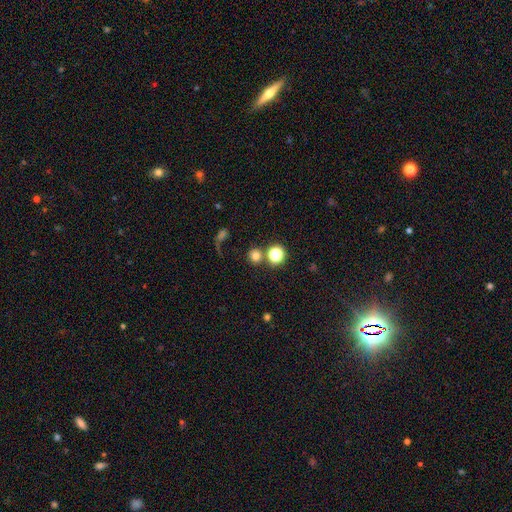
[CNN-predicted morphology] This appears to be a smooth galaxy with no disk features (75%) that is round (90%). Merging: none (71%).